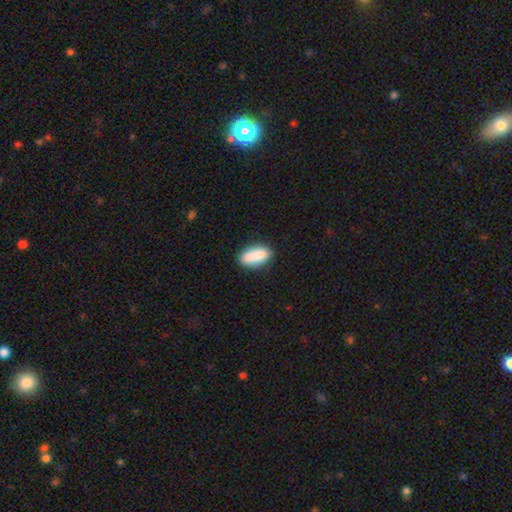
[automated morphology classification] type=smooth (86%); roundness=in between (78%); merging=none (79%).